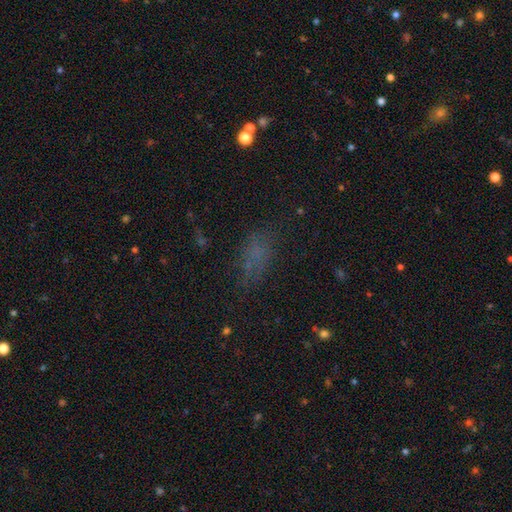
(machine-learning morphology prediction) smooth 61%, star or artifact 25%, featured or disk 14%. Down the decision tree: how rounded — in between (79%); merging — none (60%).